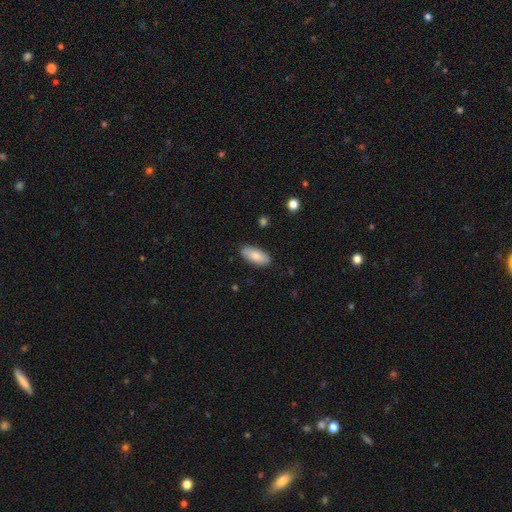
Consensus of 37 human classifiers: This is likely a smooth galaxy (73%). How rounded: clearly in between (81%). Merging: clearly none (89%).